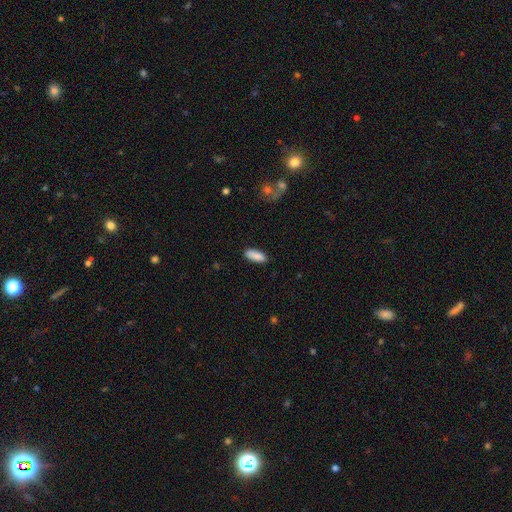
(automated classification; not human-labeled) Smooth or featured? smooth (89%)
How rounded? in between (72%)
Merging? none (86%)